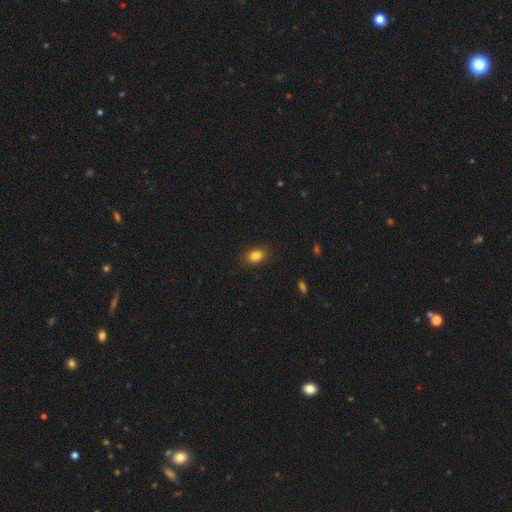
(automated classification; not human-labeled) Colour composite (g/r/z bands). It shows a smooth galaxy with no disk features (84%) that is in between round and cigar-shaped (69%). Merging: none (87%).